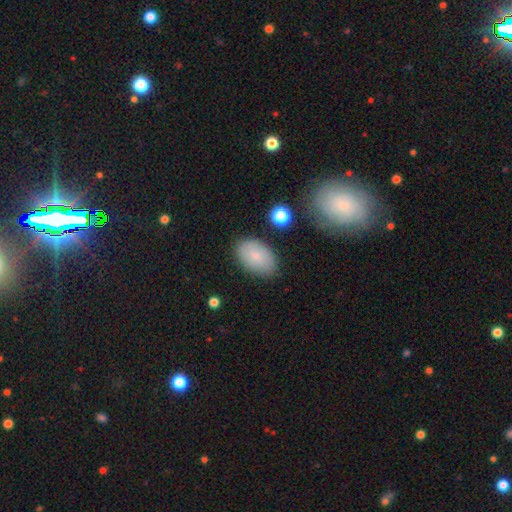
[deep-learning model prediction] smooth 75%, featured or disk 17%, star or artifact 8%. Down the decision tree: how rounded — in between (90%); merging — none (81%).